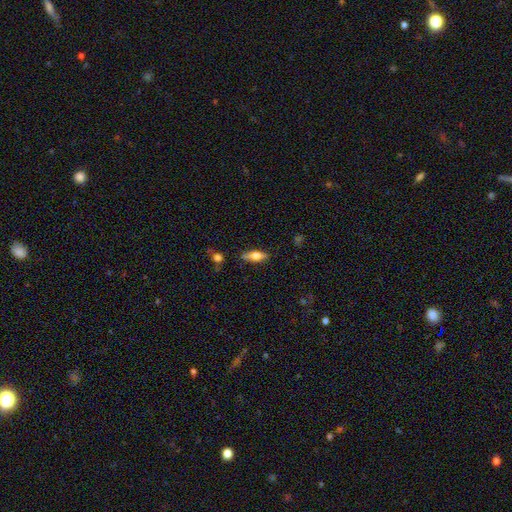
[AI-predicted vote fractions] A smooth galaxy with no disk features (56%) that is in between round and cigar-shaped (59%). Merging: none (83%).